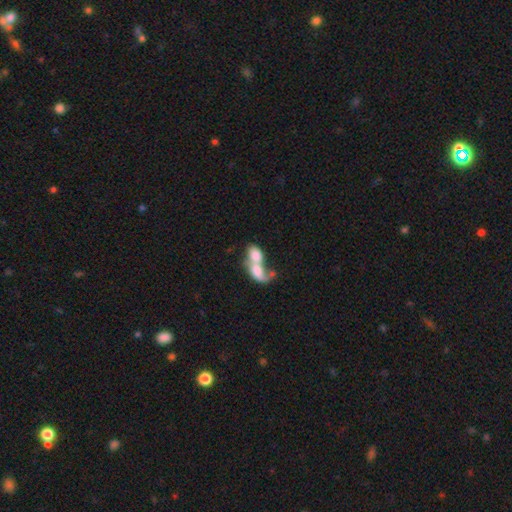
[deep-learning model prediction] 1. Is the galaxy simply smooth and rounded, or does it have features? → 64% smooth, 28% featured or disk, 8% star or artifact.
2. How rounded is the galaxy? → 79% in between, 16% round, 5% cigar-shaped.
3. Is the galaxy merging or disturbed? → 81% merger, 8% major disturbance, 8% none, 4% minor disturbance.